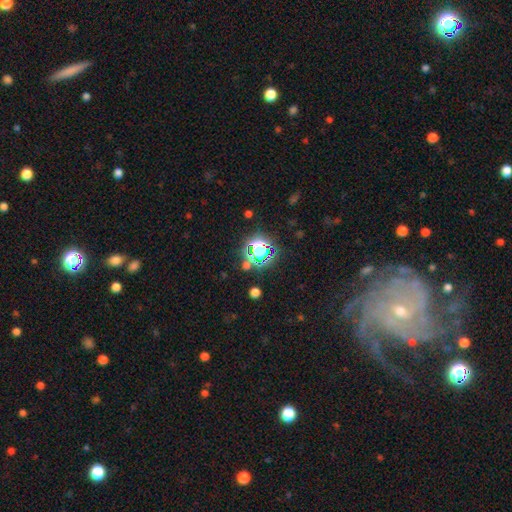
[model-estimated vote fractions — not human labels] Smooth or featured? Predicted: star or artifact (p=0.59).